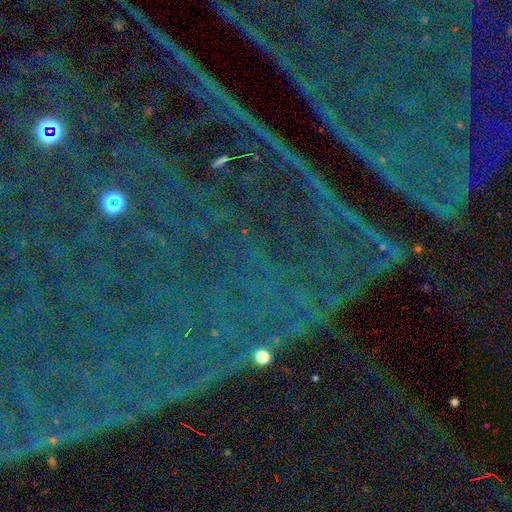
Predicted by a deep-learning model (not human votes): The model was most divided on "smooth or featured": star or artifact: 86%, featured or disk: 7%, smooth: 6%.